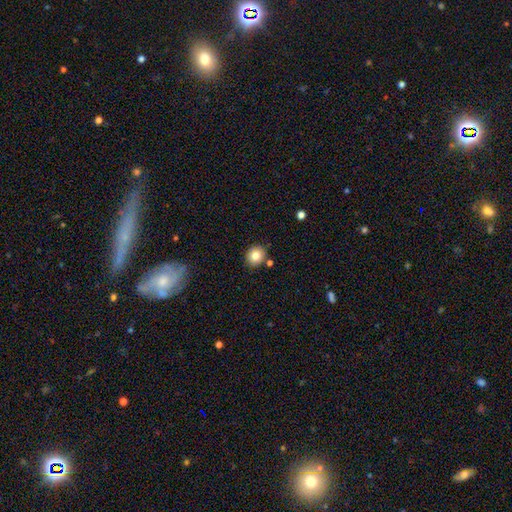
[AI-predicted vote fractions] smooth_or_featured: smooth (p=0.82) [alt: star or artifact p=0.10]
how_rounded: round (p=0.80) [alt: in between p=0.19]
merging: none (p=0.82) [alt: minor disturbance p=0.09]